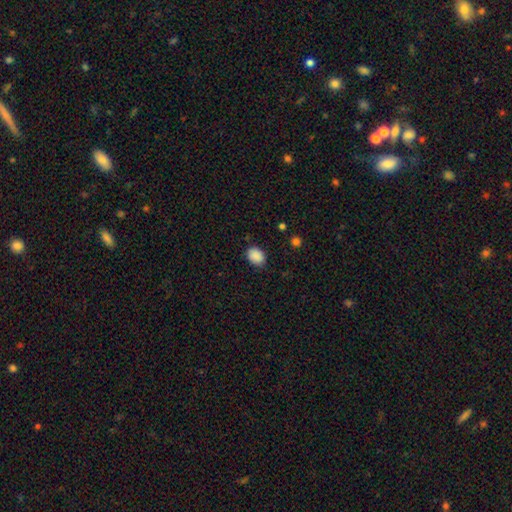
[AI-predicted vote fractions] A smooth galaxy with no disk features (89%) that is in between round and cigar-shaped (64%). Merging: none (84%).